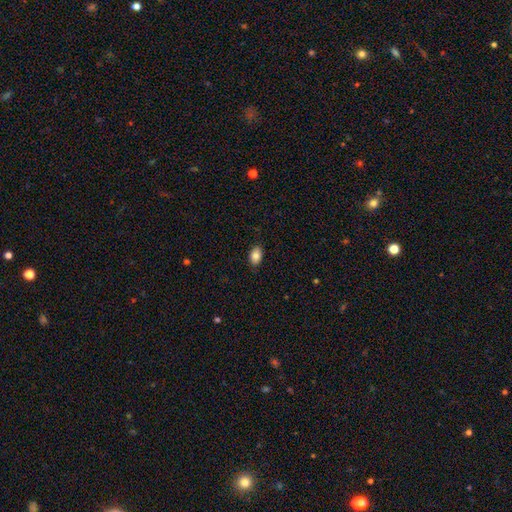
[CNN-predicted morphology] type=smooth (85%); roundness=in between (87%); merging=none (86%).